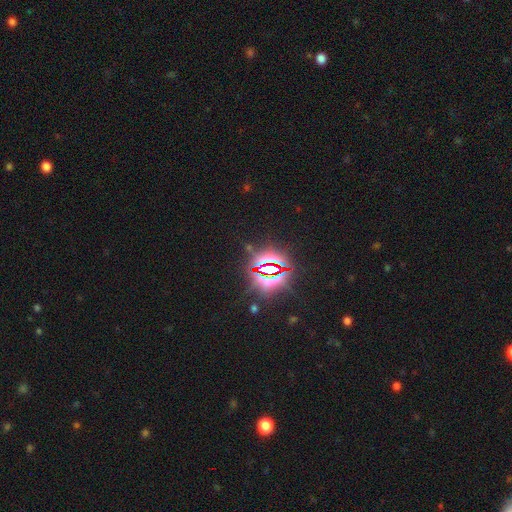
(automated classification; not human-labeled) Overall: star or artifact (84%).